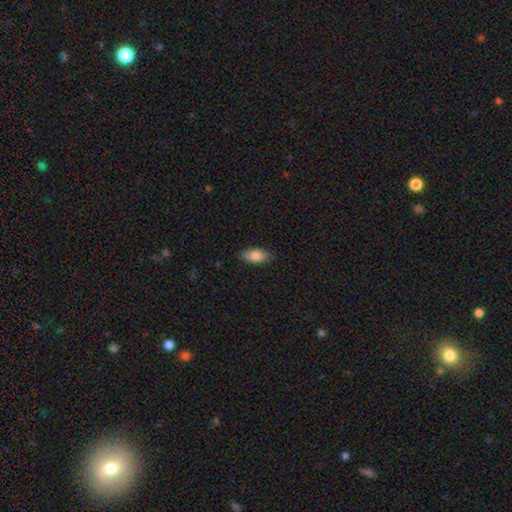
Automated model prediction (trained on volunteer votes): Smooth or featured: smooth — 82% (featured or disk — 11%)
How rounded: in between — 91% (cigar-shaped — 6%)
Merging: none — 86% (minor disturbance — 11%)